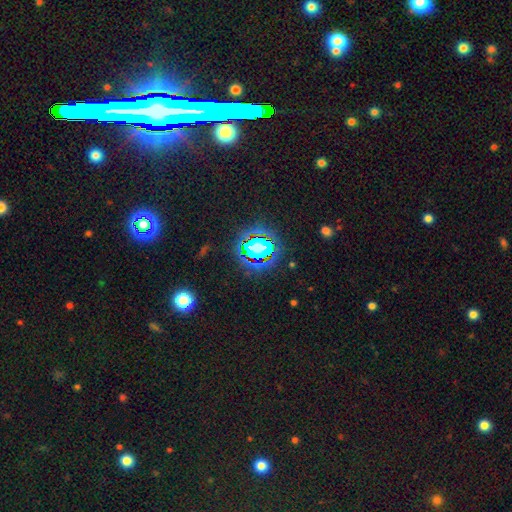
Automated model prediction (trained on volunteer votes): Morphology: type=star or artifact (81%).